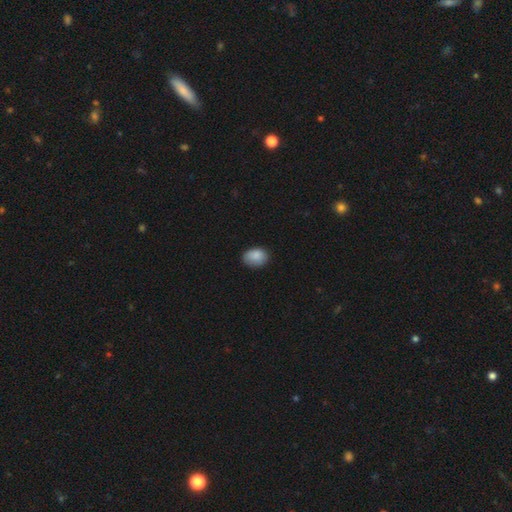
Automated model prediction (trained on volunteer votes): smooth 88%, star or artifact 7%, featured or disk 5%. Down the decision tree: how rounded — in between (71%); merging — none (77%).